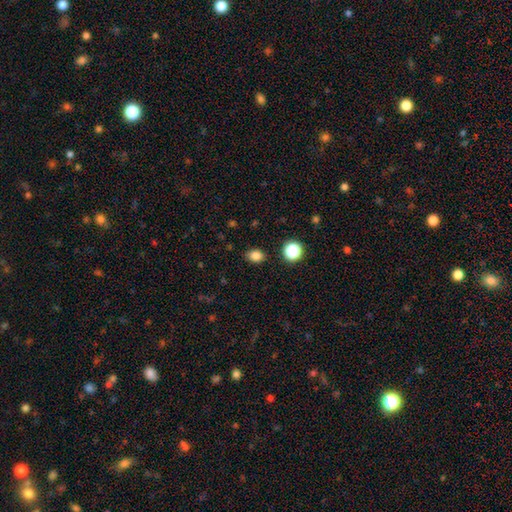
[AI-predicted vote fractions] The model was most divided on "how rounded": in between: 61%, round: 38%, cigar-shaped: 1%. More confident: merging — none (85%); smooth or featured — smooth (83%).